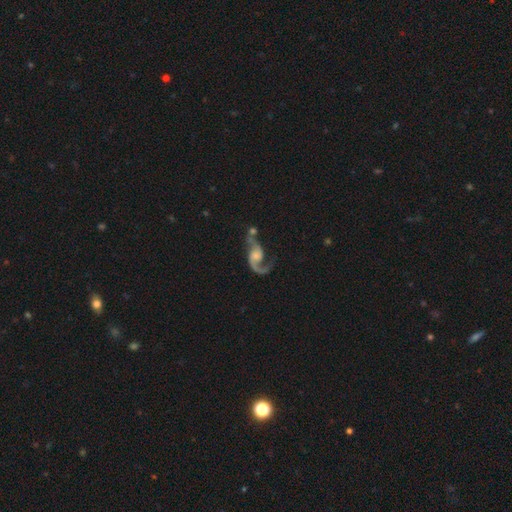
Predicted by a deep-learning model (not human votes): Smooth or featured?
  - featured or disk: 87% *
  - smooth: 8%
  - star or artifact: 5%
Edge-on disk?
  - no: 97% *
  - yes: 3%
Bar?
  - no: 61% *
  - weak: 32%
  - strong: 7%
Spiral arms?
  - yes: 96% *
  - no: 4%
Spiral winding?
  - loose: 65% *
  - medium: 29%
  - tight: 6%
Spiral arm count?
  - 2: 73% *
  - 1: 23%
  - can't tell: 2%
  - 3: 1%
  - 4: 1%
  - more than 4: 1%
Bulge size?
  - moderate: 33% *
  - small: 32%
  - none: 19%
  - large: 14%
  - dominant: 3%
Merging?
  - none: 42% *
  - major disturbance: 22%
  - merger: 19%
  - minor disturbance: 17%